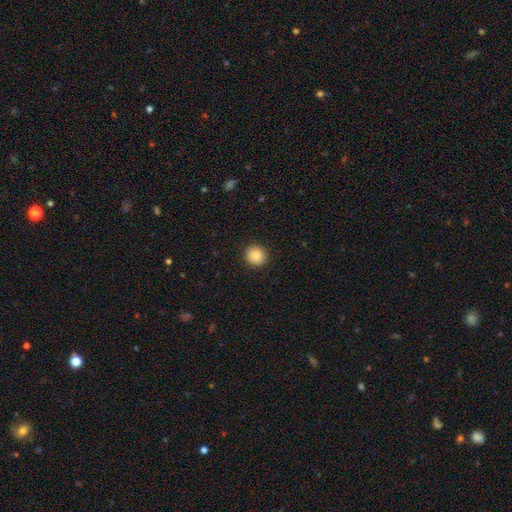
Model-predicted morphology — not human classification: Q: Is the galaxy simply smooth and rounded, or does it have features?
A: smooth — 86%.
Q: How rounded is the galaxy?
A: round — 91%.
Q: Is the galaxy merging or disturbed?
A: none — 93%.